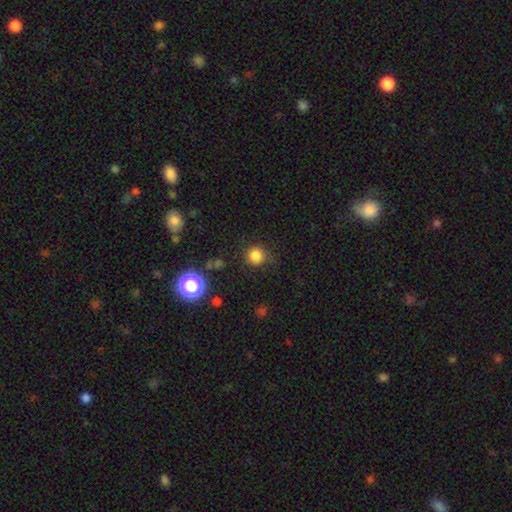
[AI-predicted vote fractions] Smooth or featured? smooth (82%)
How rounded? round (92%)
Merging? none (80%)